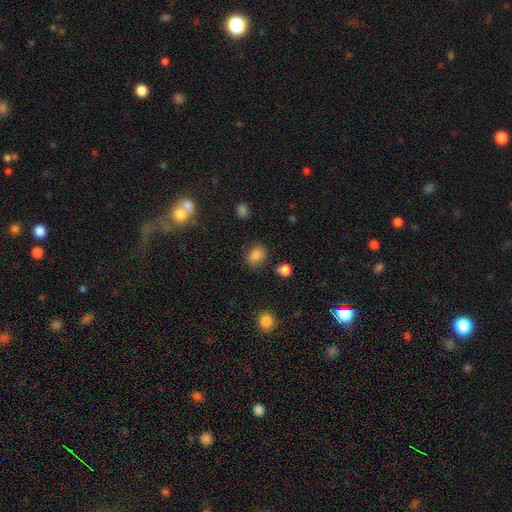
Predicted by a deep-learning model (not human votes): smooth-or-featured: smooth: 83% | star or artifact: 11% | featured or disk: 6%
  how-rounded: in between: 50% | round: 49% | cigar-shaped: 1%
  merging: none: 80% | minor disturbance: 14% | major disturbance: 4% | merger: 3%